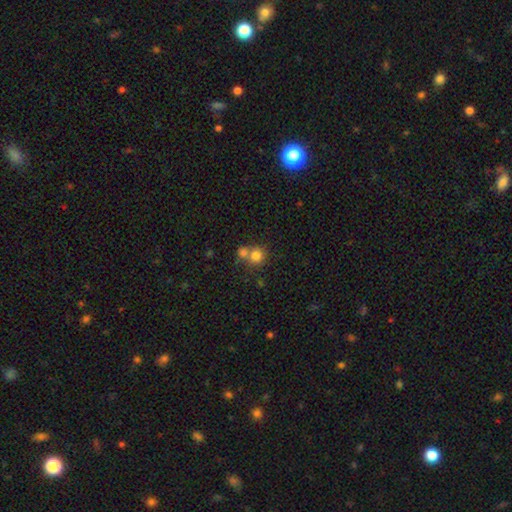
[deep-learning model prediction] smooth_or_featured: smooth (p=0.80) [alt: star or artifact p=0.11]
how_rounded: round (p=0.88) [alt: in between p=0.11]
merging: none (p=0.47) [alt: merger p=0.43]